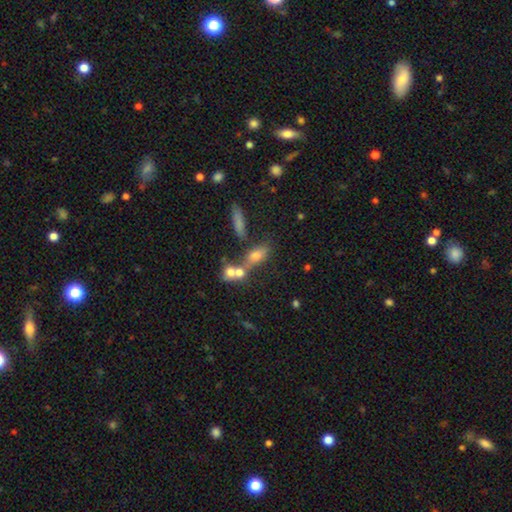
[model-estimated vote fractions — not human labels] This appears to be a smooth galaxy with no disk features (65%) that is in between round and cigar-shaped (63%). Merging: merger (40%).